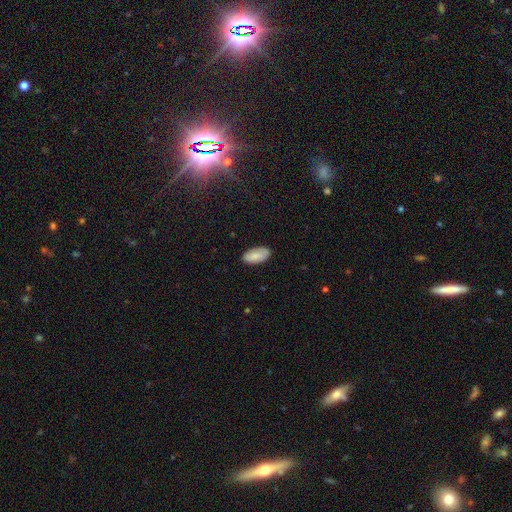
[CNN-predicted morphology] Smooth or featured? smooth (84%)
How rounded? in between (94%)
Merging? none (84%)